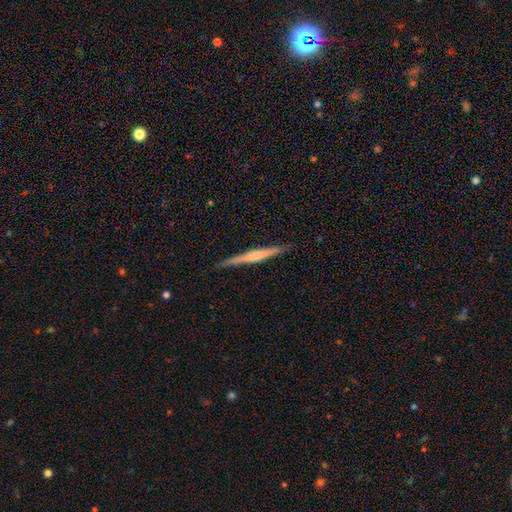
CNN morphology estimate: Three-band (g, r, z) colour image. It shows a featured or disk galaxy (59%) viewed edge-on (98%) with a rounded central bulge (46%). Merging: none (90%).